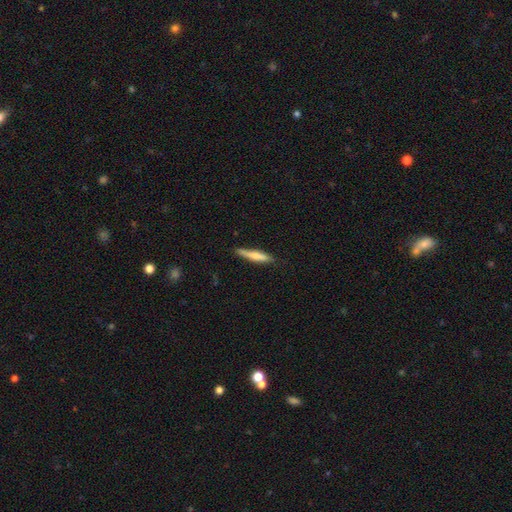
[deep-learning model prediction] smooth_or_featured: smooth (p=0.67) [alt: featured or disk p=0.28]
how_rounded: cigar-shaped (p=0.89) [alt: in between p=0.10]
merging: none (p=0.75) [alt: minor disturbance p=0.20]